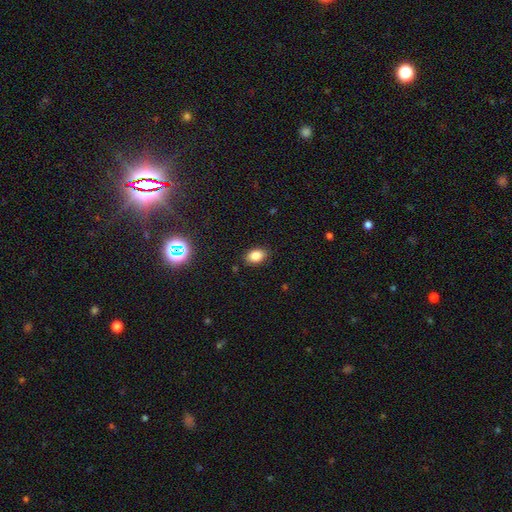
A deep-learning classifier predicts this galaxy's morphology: Smooth or featured: smooth — 84% (star or artifact — 11%)
How rounded: in between — 83% (round — 16%)
Merging: none — 85% (minor disturbance — 11%)